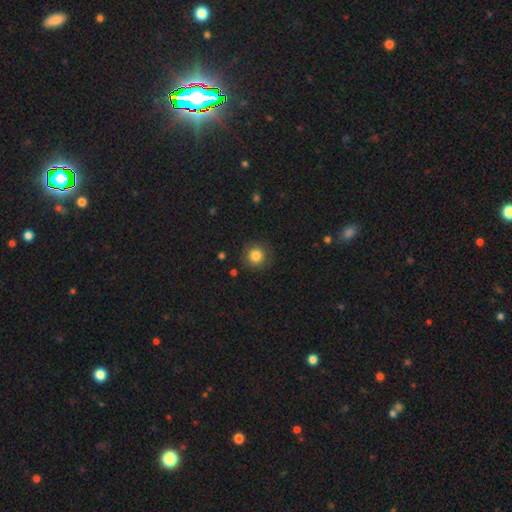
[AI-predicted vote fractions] smooth-or-featured: smooth: 84% | star or artifact: 11% | featured or disk: 6%
  how-rounded: round: 94% | in between: 5% | cigar-shaped: 1%
  merging: none: 87% | minor disturbance: 8% | major disturbance: 3% | merger: 1%